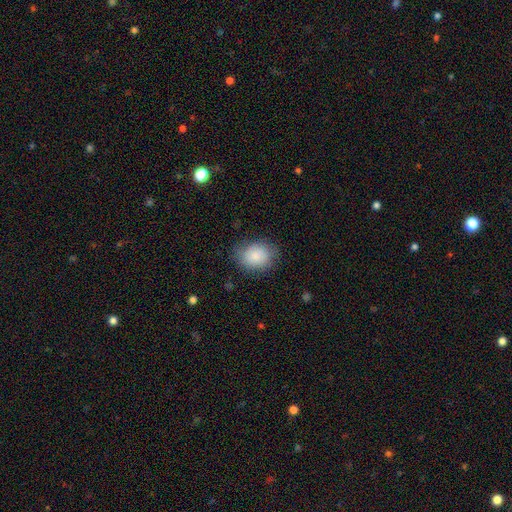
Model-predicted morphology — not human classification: Smooth or featured? Predicted: smooth (p=0.86). How rounded? Predicted: in between (p=0.60). Merging? Predicted: none (p=0.77).